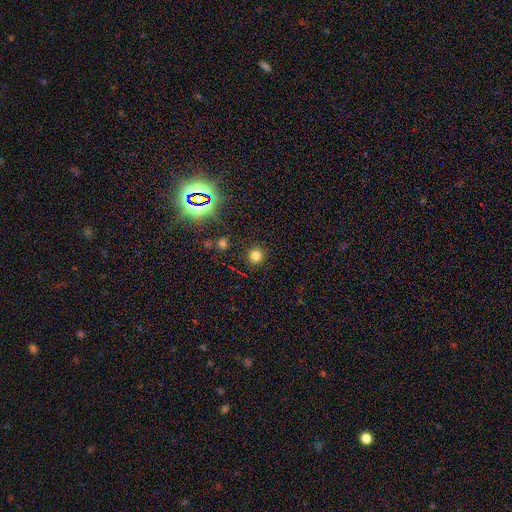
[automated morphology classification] smooth_or_featured: smooth (p=0.76) [alt: star or artifact p=0.18]
how_rounded: round (p=0.92) [alt: in between p=0.07]
merging: none (p=0.89) [alt: minor disturbance p=0.07]